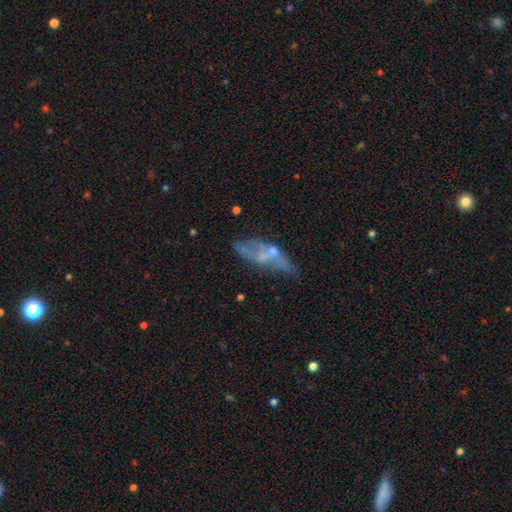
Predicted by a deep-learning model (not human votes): smooth_or_featured: featured or disk (p=0.58) [alt: smooth p=0.30]
disk_edge_on: no (p=0.85) [alt: yes p=0.15]
merging: none (p=0.42) [alt: major disturbance p=0.22]